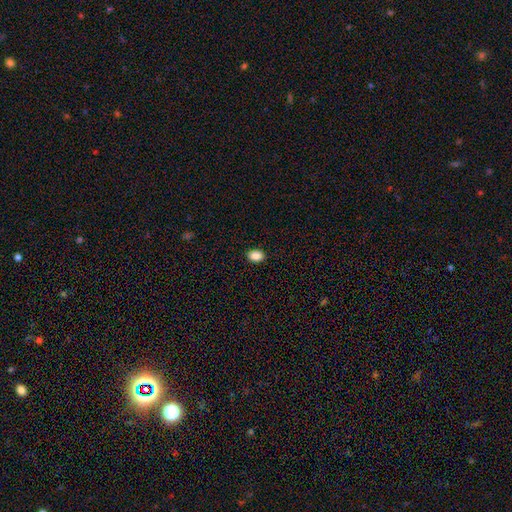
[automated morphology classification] type=smooth (87%); roundness=in between (71%); merging=none (91%).